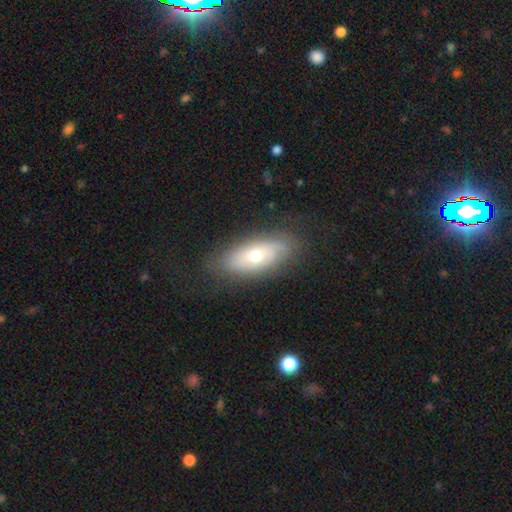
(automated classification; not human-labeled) smooth 50%, featured or disk 42%, star or artifact 8%. Down the decision tree: merging — none (76%).